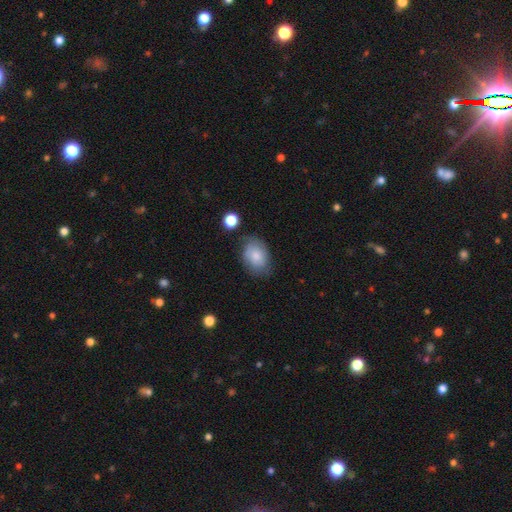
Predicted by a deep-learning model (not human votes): Morphology: type=smooth (74%); roundness=in between (75%); merging=none (64%).